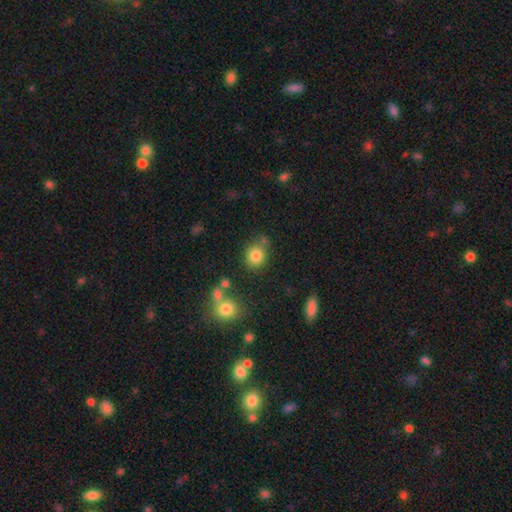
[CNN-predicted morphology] Smooth or featured: smooth — 81% (star or artifact — 12%)
How rounded: round — 74% (in between — 25%)
Merging: none — 71% (minor disturbance — 14%)